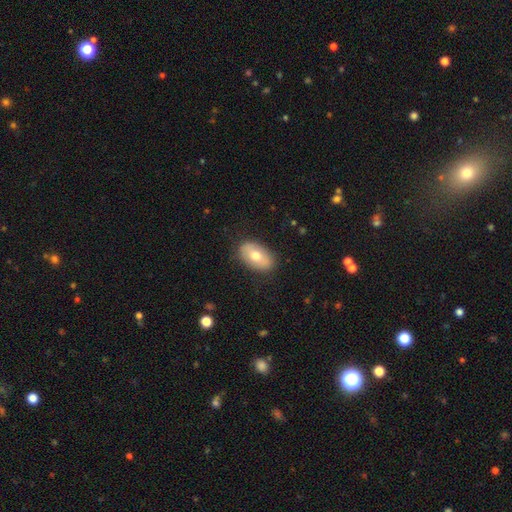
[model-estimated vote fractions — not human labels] smooth_or_featured: smooth (p=0.66) [alt: featured or disk p=0.28]
how_rounded: in between (p=0.91) [alt: round p=0.07]
merging: none (p=0.83) [alt: minor disturbance p=0.13]